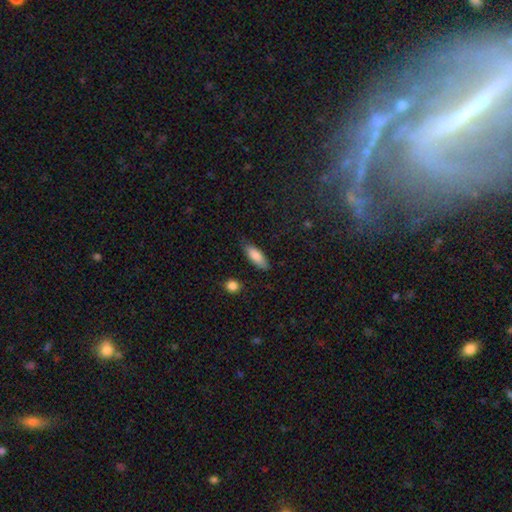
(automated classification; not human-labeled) Smooth or featured?
  - smooth: 84% *
  - featured or disk: 10%
  - star or artifact: 6%
How rounded?
  - in between: 69% *
  - cigar-shaped: 29%
  - round: 2%
Merging?
  - none: 81% *
  - minor disturbance: 14%
  - major disturbance: 3%
  - merger: 2%